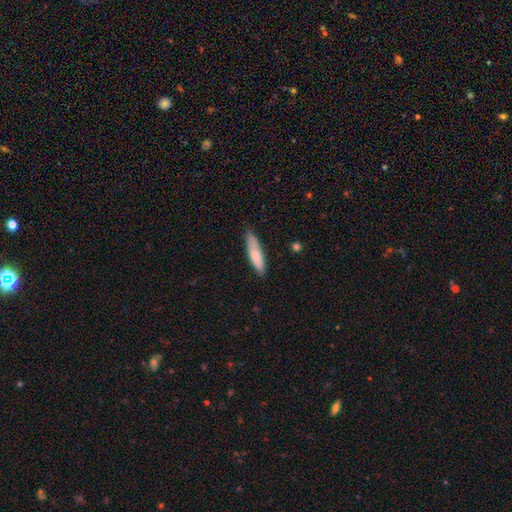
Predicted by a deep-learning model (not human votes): Smooth or featured: smooth — 79% (featured or disk — 16%)
How rounded: cigar-shaped — 72% (in between — 26%)
Merging: none — 82% (minor disturbance — 14%)